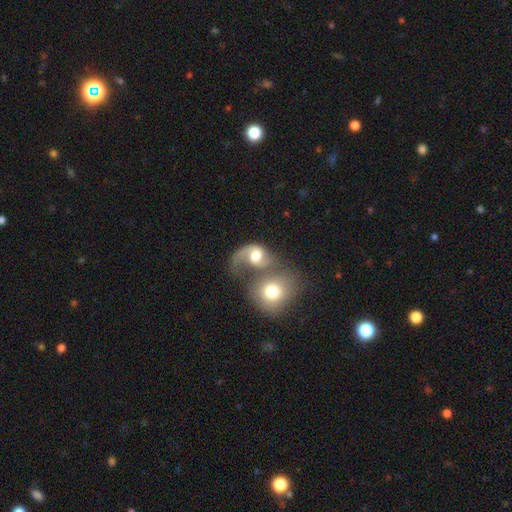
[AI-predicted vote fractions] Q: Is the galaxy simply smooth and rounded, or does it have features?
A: featured or disk — 55%.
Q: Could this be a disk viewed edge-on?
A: no — 97%.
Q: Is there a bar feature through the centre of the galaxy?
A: no — 68%.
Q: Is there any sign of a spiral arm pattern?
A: yes — 77%.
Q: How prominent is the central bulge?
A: moderate — 57%.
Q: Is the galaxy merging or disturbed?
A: merger — 66%.